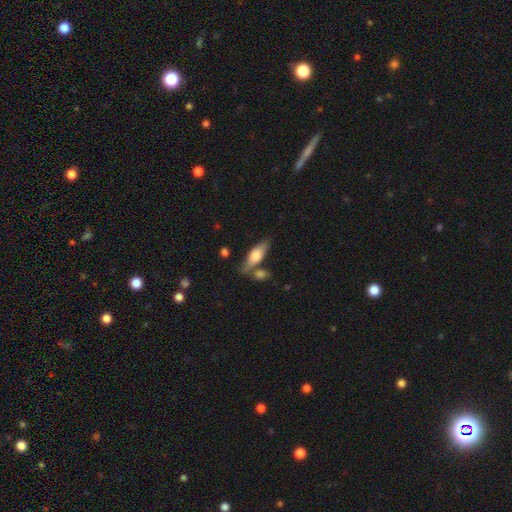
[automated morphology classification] smooth-or-featured: smooth: 57% | featured or disk: 36% | star or artifact: 7%
  how-rounded: in between: 62% | cigar-shaped: 34% | round: 4%
  merging: none: 63% | minor disturbance: 16% | merger: 16% | major disturbance: 5%